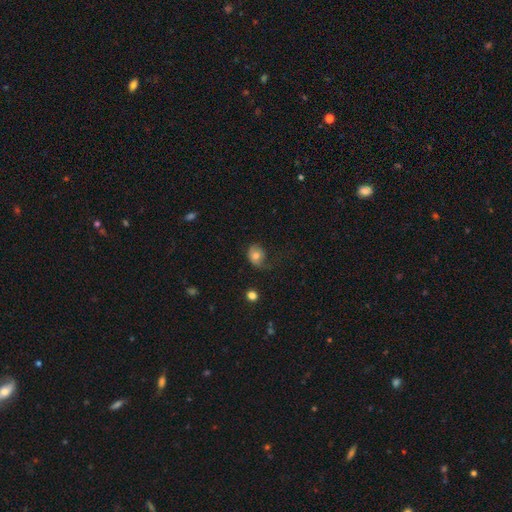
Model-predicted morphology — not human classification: A smooth galaxy with no disk features (70%) that is in between round and cigar-shaped (51%). Merging: none (39%).